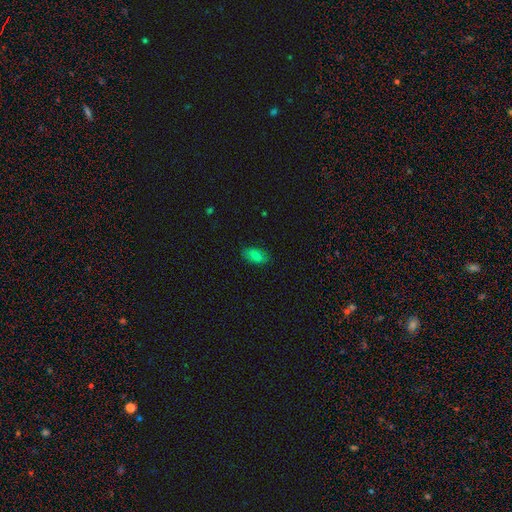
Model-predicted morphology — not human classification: Overall: smooth (81%). How rounded: in between (90%). Merging: none (84%).